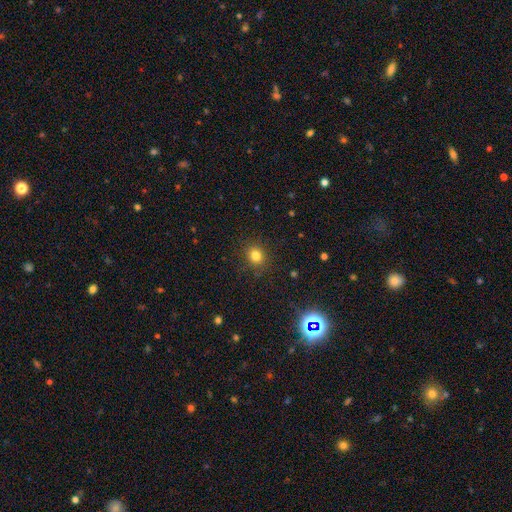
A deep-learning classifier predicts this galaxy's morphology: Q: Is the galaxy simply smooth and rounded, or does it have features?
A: smooth — 80%.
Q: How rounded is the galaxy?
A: round — 75%.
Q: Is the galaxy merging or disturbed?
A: none — 88%.